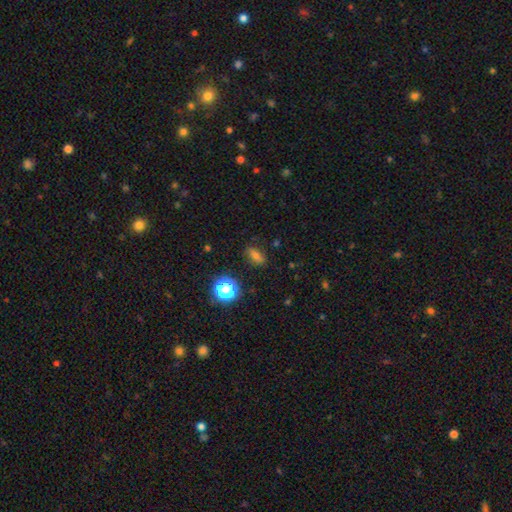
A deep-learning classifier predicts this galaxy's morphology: smooth 70%, star or artifact 20%, featured or disk 10%. Down the decision tree: how rounded — in between (69%); merging — none (84%).